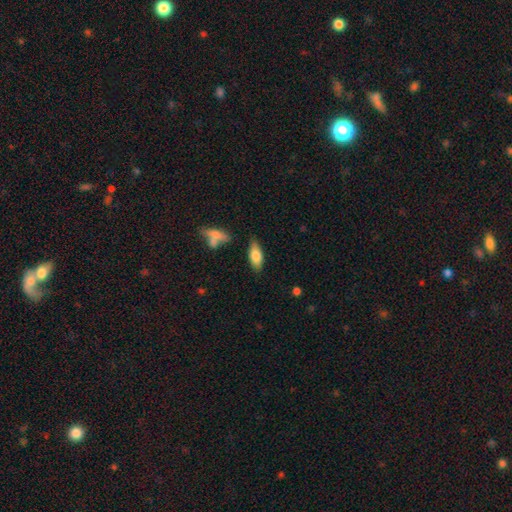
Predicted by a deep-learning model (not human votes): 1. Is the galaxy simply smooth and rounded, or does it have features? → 77% smooth, 16% featured or disk, 7% star or artifact.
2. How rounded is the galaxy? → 81% in between, 16% cigar-shaped, 2% round.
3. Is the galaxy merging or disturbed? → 77% none, 15% minor disturbance, 5% merger, 3% major disturbance.